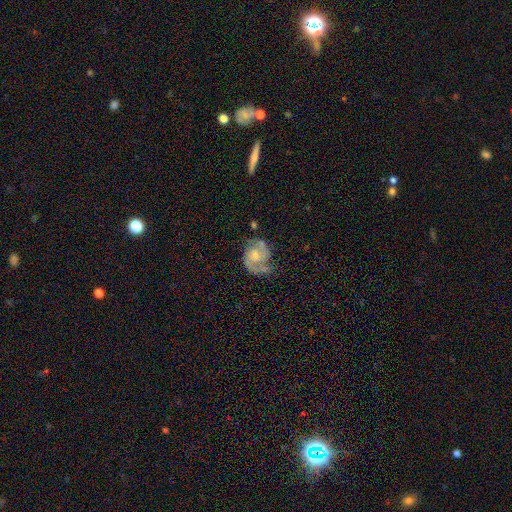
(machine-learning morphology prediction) Smooth or featured? featured or disk (82%)
Edge-on disk? no (98%)
Bar? no (58%)
Spiral arms? yes (95%)
Spiral winding? medium (51%)
Spiral arm count? 2 (82%)
Bulge size? moderate (48%)
Merging? none (59%)